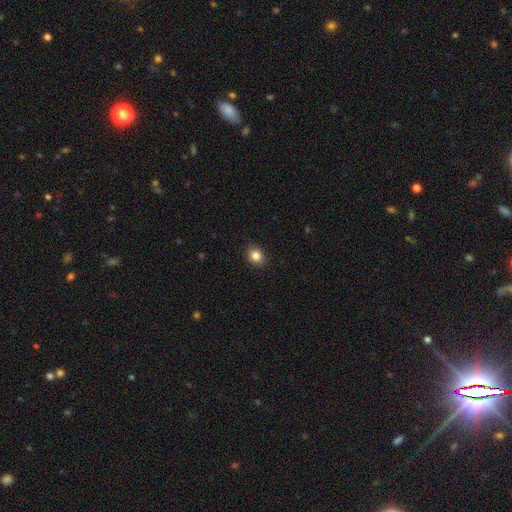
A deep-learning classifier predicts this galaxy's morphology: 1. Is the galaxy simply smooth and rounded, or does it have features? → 84% smooth, 10% star or artifact, 5% featured or disk.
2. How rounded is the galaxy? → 61% round, 38% in between, 1% cigar-shaped.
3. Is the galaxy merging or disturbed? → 90% none, 7% minor disturbance, 2% major disturbance, 1% merger.